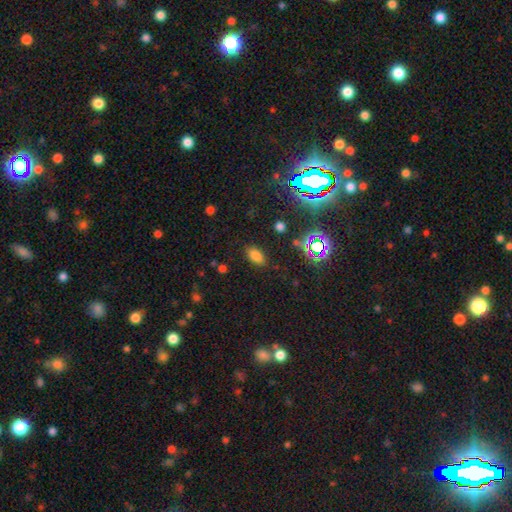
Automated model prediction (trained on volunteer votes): Smooth or featured? Predicted: smooth (p=0.71). How rounded? Predicted: in between (p=0.90). Merging? Predicted: none (p=0.85).